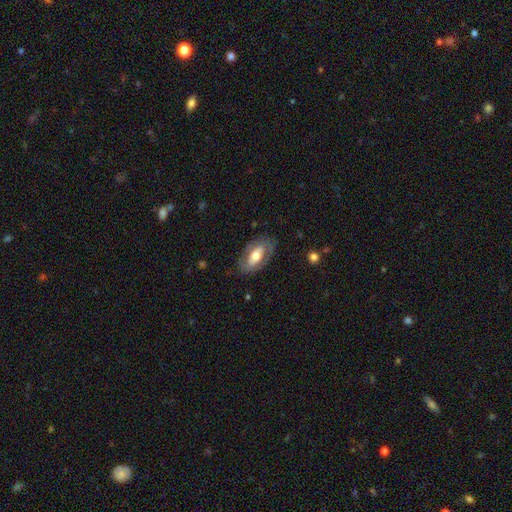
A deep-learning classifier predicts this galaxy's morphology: This is possibly a featured or disk galaxy (55%). It is clearly not viewed edge-on (89%). Merging: likely none (79%).